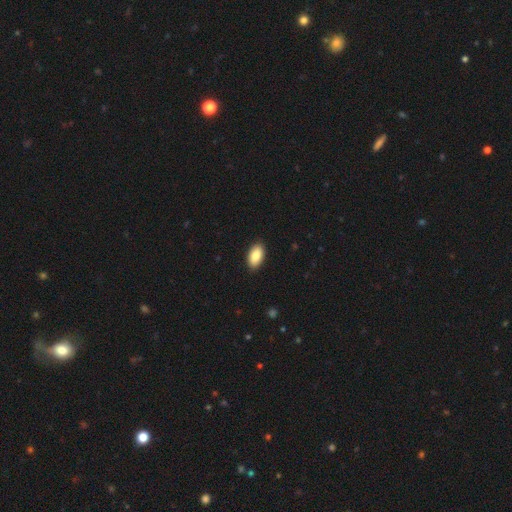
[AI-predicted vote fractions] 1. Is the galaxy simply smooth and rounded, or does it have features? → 88% smooth, 6% star or artifact, 5% featured or disk.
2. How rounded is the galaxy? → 95% in between, 3% round, 2% cigar-shaped.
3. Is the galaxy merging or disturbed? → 90% none, 8% minor disturbance, 2% major disturbance, 1% merger.